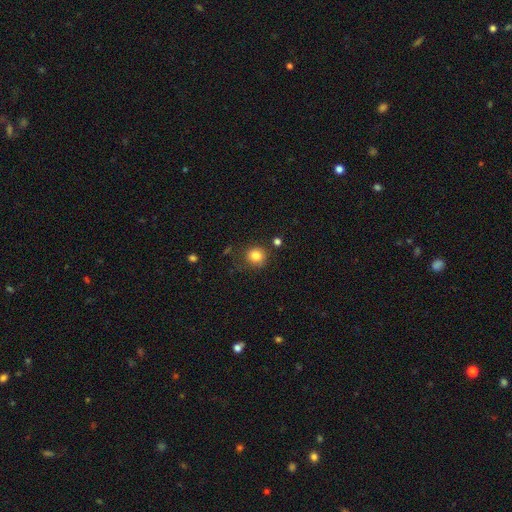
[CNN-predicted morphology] Smooth or featured? Predicted: smooth (p=0.83). How rounded? Predicted: round (p=0.90). Merging? Predicted: none (p=0.81).